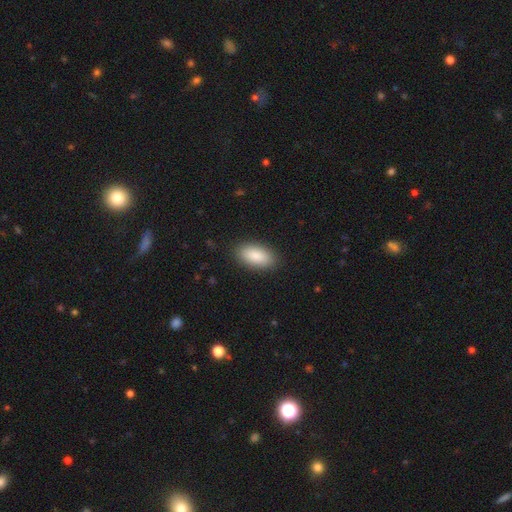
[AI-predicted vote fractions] This appears to be a smooth galaxy with no disk features (88%) that is in between round and cigar-shaped (92%). Merging: none (88%).